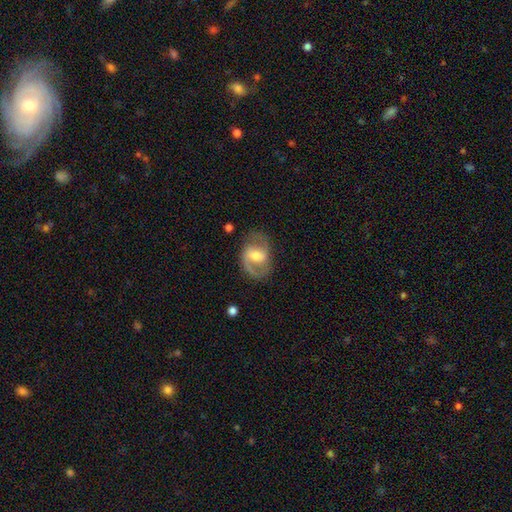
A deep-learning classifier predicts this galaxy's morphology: Smooth or featured? Predicted: featured or disk (p=0.79). Edge-on disk? Predicted: no (p=0.97). Bar? Predicted: weak (p=0.51). Spiral arms? Predicted: yes (p=0.91). Spiral winding? Predicted: medium (p=0.56). Spiral arm count? Predicted: 2 (p=0.87). Bulge size? Predicted: moderate (p=0.60). Merging? Predicted: none (p=0.76).